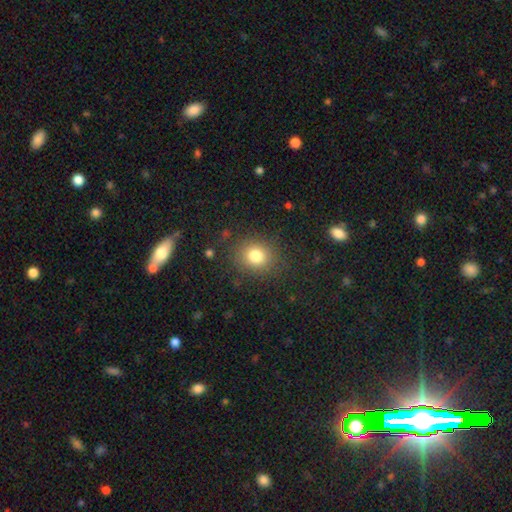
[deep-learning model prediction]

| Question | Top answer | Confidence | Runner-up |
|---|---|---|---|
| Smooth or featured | smooth | 79% | star or artifact (13%) |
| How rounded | round | 76% | in between (23%) |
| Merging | none | 85% | minor disturbance (9%) |